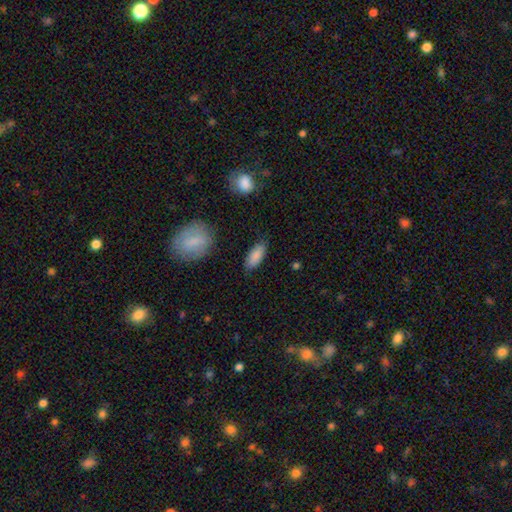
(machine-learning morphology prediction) Smooth or featured: smooth — 87% (featured or disk — 7%)
How rounded: in between — 84% (cigar-shaped — 14%)
Merging: none — 82% (minor disturbance — 13%)